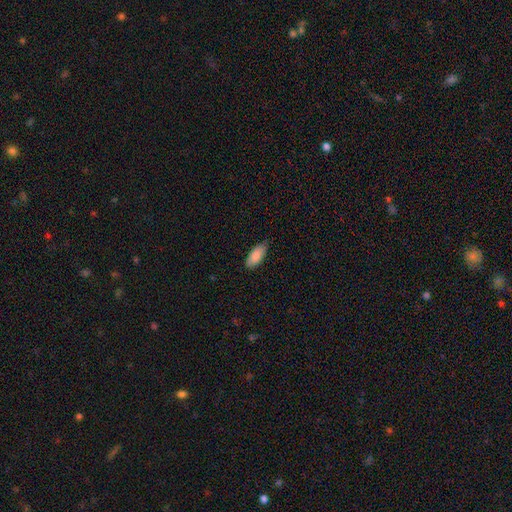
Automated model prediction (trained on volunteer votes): Smooth or featured? smooth (87%)
How rounded? in between (86%)
Merging? none (75%)